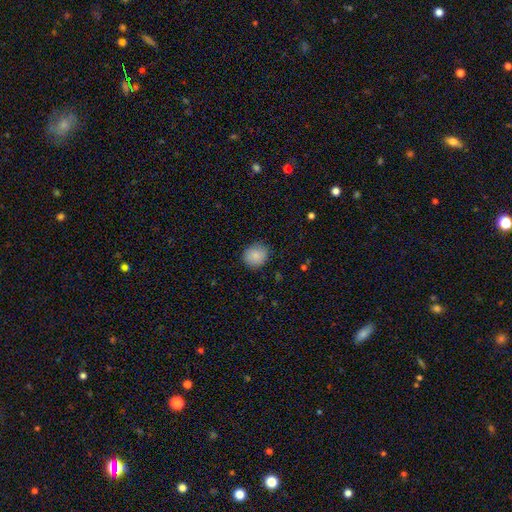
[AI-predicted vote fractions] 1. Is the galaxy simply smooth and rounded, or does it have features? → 87% smooth, 8% star or artifact, 5% featured or disk.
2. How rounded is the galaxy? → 78% round, 21% in between, 1% cigar-shaped.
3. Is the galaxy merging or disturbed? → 85% none, 11% minor disturbance, 3% major disturbance, 1% merger.